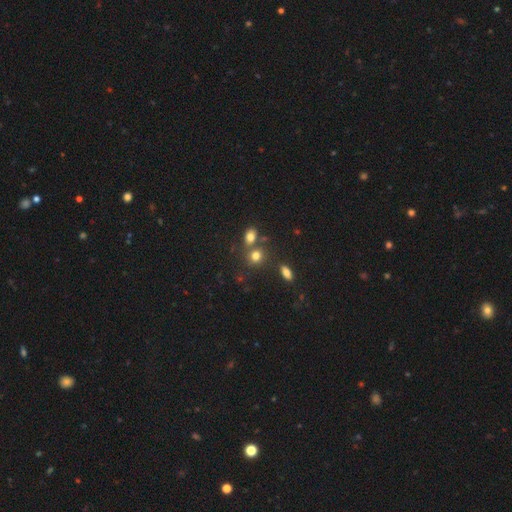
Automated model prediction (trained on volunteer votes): The model was most divided on "how rounded": round: 63%, in between: 36%, cigar-shaped: 1%. More confident: smooth or featured — smooth (76%); merging — none (58%).